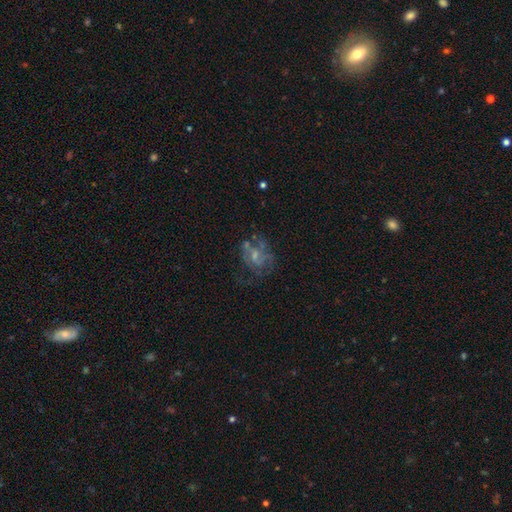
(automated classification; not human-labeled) The model was most divided on "spiral arms": yes: 54%, no: 46%. Remaining: edge-on disk — no (98%); smooth or featured — featured or disk (64%); bar — no (59%); bulge size — small (45%); merging — none (40%).